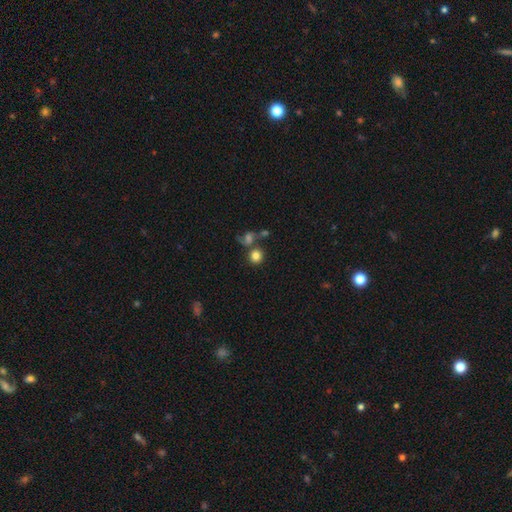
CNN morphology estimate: The model was most divided on "merging": none: 62%, merger: 22%, minor disturbance: 10%, major disturbance: 6%. More confident: how rounded — round (88%); smooth or featured — smooth (79%).